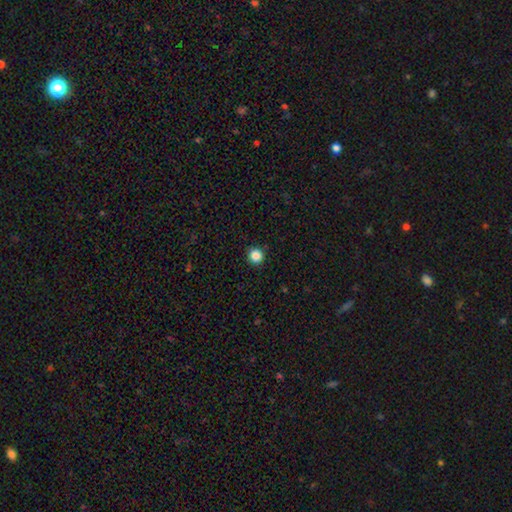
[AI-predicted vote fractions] Smooth or featured?
  - smooth: 86% *
  - star or artifact: 11%
  - featured or disk: 3%
How rounded?
  - round: 96% *
  - in between: 3%
  - cigar-shaped: 1%
Merging?
  - none: 93% *
  - minor disturbance: 4%
  - major disturbance: 2%
  - merger: 1%